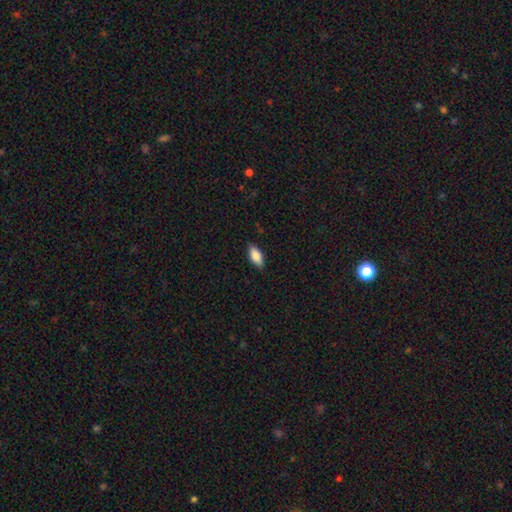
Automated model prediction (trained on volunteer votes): Morphology: type=smooth (83%); roundness=in between (86%); merging=none (86%).